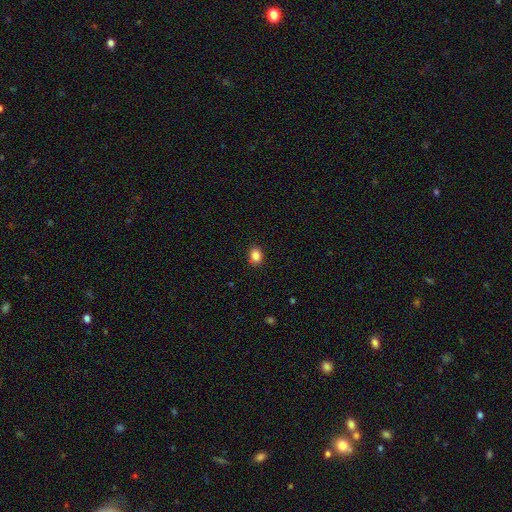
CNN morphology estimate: smooth 85%, star or artifact 10%, featured or disk 4%. Down the decision tree: how rounded — in between (54%); merging — none (88%).